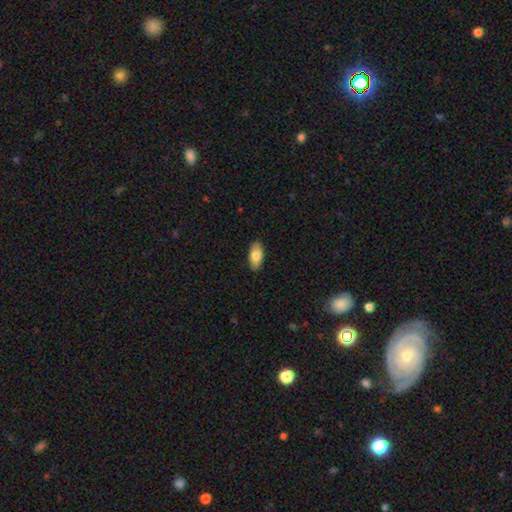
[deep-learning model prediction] This appears to be a smooth galaxy with no disk features (80%) that is in between round and cigar-shaped (91%). Merging: none (89%).